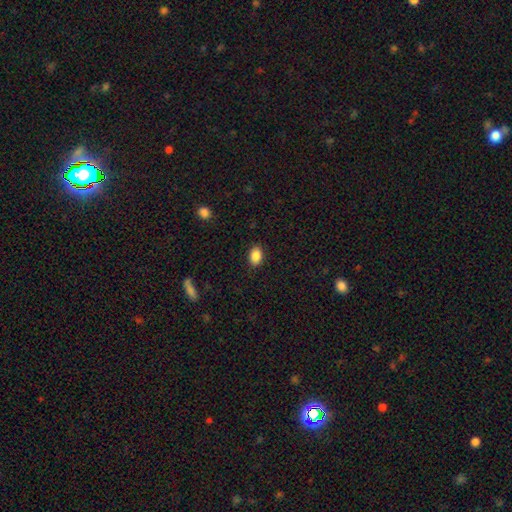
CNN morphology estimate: smooth-or-featured: smooth: 88% | star or artifact: 8% | featured or disk: 4%
  how-rounded: in between: 80% | round: 19% | cigar-shaped: 1%
  merging: none: 88% | minor disturbance: 9% | major disturbance: 2% | merger: 1%